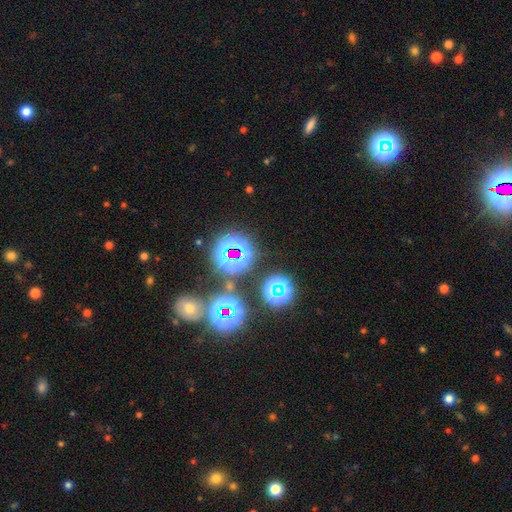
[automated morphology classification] smooth-or-featured: star or artifact: 79% | smooth: 14% | featured or disk: 7%